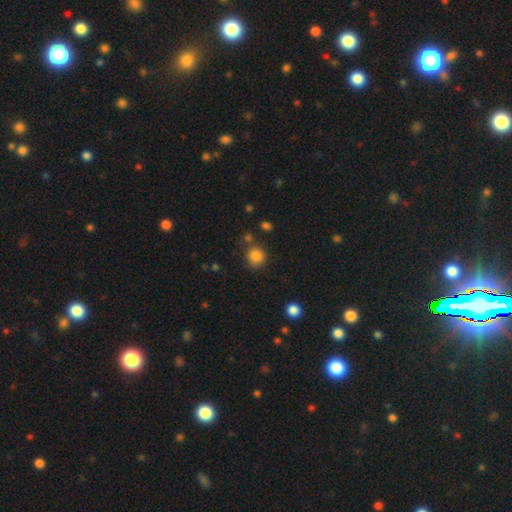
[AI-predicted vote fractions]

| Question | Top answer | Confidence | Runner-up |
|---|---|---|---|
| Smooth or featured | smooth | 84% | star or artifact (11%) |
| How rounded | round | 84% | in between (15%) |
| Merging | none | 74% | minor disturbance (15%) |